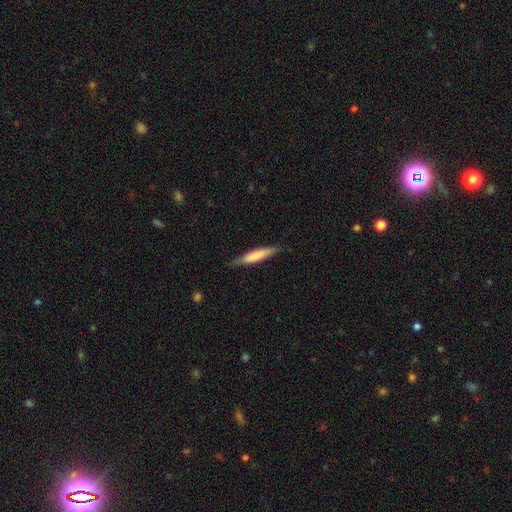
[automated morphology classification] smooth_or_featured: smooth (p=0.70) [alt: featured or disk p=0.24]
how_rounded: cigar-shaped (p=0.87) [alt: in between p=0.11]
merging: none (p=0.81) [alt: minor disturbance p=0.15]